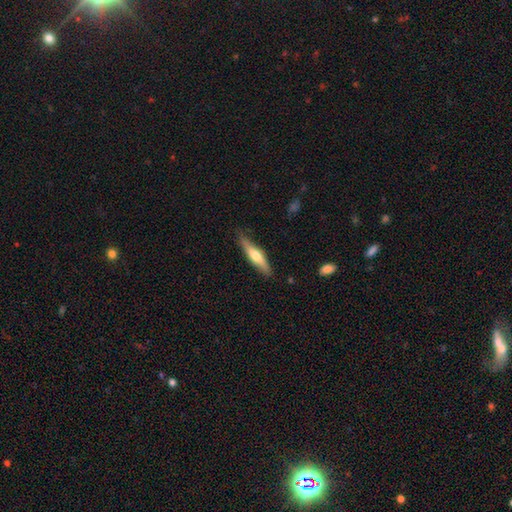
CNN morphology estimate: Overall: smooth (51%; featured or disk 44%). How rounded: cigar-shaped (79%). Merging: none (81%).